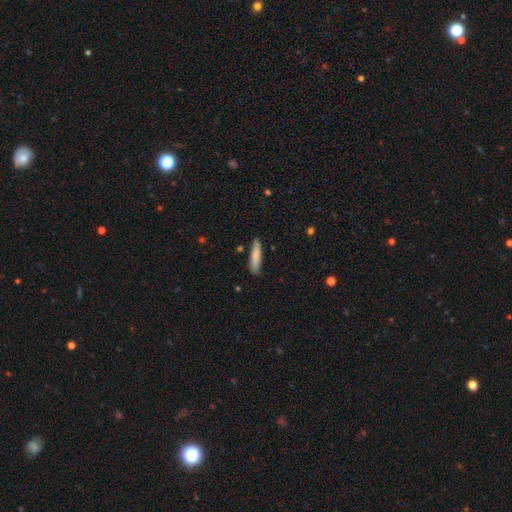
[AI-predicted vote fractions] Smooth or featured: smooth — 81% (featured or disk — 12%)
How rounded: cigar-shaped — 81% (in between — 18%)
Merging: none — 80% (minor disturbance — 15%)